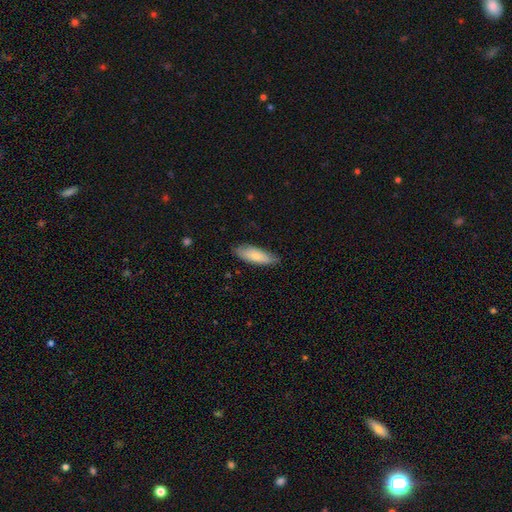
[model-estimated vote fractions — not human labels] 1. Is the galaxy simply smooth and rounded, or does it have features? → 81% smooth, 14% featured or disk, 6% star or artifact.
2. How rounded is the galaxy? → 54% in between, 44% cigar-shaped, 2% round.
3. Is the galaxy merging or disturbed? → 80% none, 16% minor disturbance, 3% major disturbance, 1% merger.